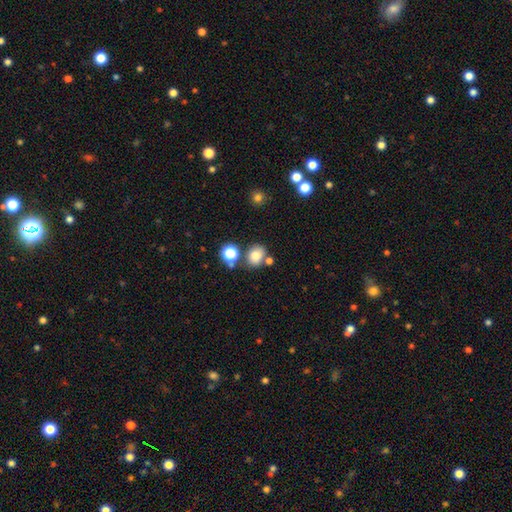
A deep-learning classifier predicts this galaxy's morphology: Q: Smooth or featured?
A: smooth (77%); runner-up: star or artifact (13%)
Q: How rounded?
A: round (54%); runner-up: in between (45%)
Q: Merging?
A: none (65%); runner-up: merger (17%)